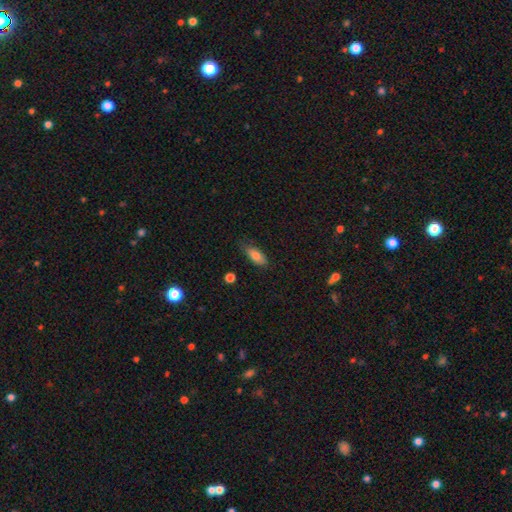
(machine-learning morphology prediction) type=smooth (80%); roundness=in between (78%); merging=none (77%).